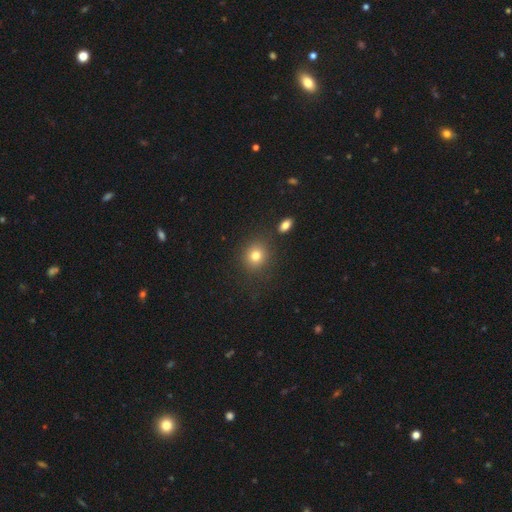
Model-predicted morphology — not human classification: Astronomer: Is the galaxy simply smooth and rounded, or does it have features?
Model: smooth — 79%.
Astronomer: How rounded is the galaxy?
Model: round — 82%.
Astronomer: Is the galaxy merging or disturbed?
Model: none — 83%.